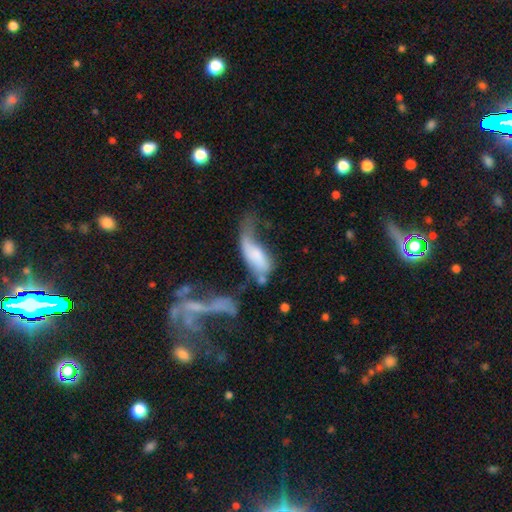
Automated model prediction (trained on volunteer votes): The model was most divided on "merging": major disturbance: 38%, merger: 34%, minor disturbance: 15%, none: 13%. More confident: how rounded — in between (73%); smooth or featured — smooth (54%).